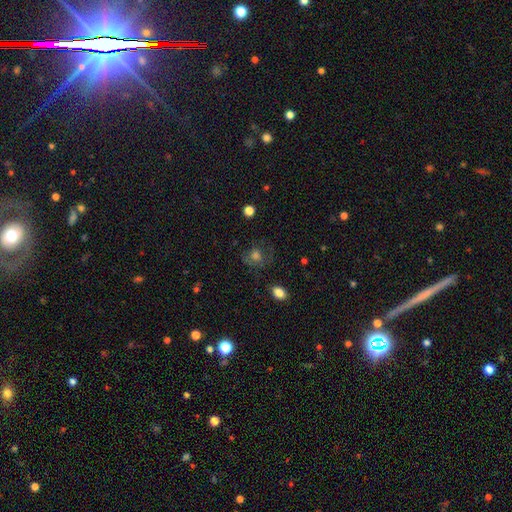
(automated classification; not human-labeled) A smooth galaxy with no disk features (59%) that is round (72%).

Vote fractions:
- Smooth or featured? smooth: 59% / featured or disk: 23% / star or artifact: 18%
- How rounded? round: 72% / in between: 27% / cigar-shaped: 1%
- Merging? none: 66% / minor disturbance: 19% / major disturbance: 14% / merger: 2%